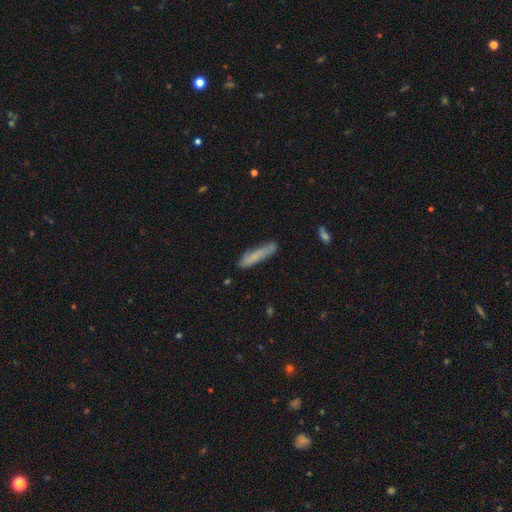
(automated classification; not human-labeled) Smooth or featured? smooth (70%)
How rounded? cigar-shaped (88%)
Merging? none (79%)